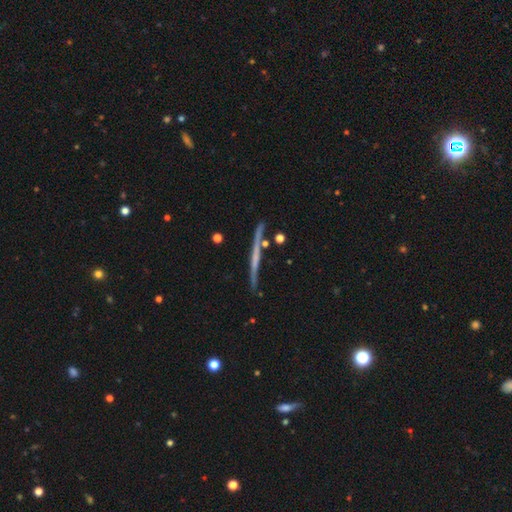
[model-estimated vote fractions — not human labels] Overall: featured or disk (65%; smooth 29%). Edge-on disk: yes (97%). Edge-on bulge: none (76%). Merging: none (83%).